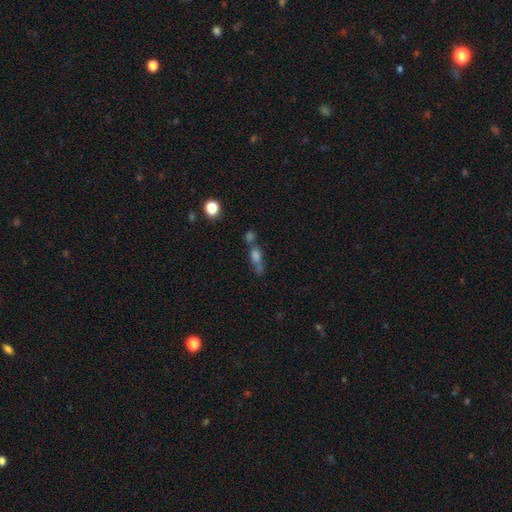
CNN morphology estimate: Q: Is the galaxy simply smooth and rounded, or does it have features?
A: smooth — 57%.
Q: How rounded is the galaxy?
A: in between — 48%.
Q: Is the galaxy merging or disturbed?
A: none — 35%, tied with merger.